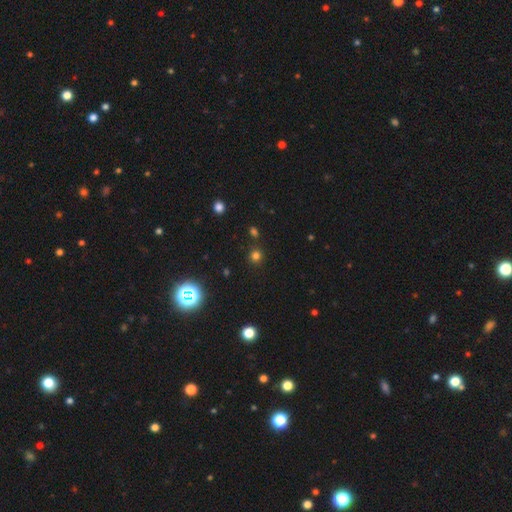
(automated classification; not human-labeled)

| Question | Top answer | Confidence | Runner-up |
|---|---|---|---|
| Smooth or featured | smooth | 71% | star or artifact (24%) |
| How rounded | round | 92% | in between (7%) |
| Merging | none | 85% | minor disturbance (7%) |